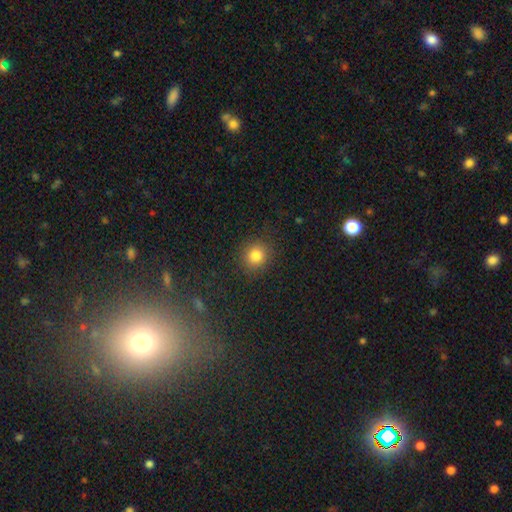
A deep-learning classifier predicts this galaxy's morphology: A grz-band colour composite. It shows a smooth galaxy with no disk features (82%) that is round (89%). Merging: none (88%).